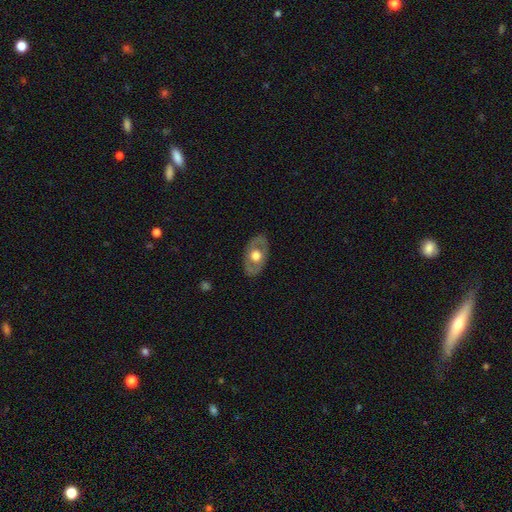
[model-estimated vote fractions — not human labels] smooth-or-featured: featured or disk: 55% | smooth: 40% | star or artifact: 5%
  disk-edge-on: no: 87% | yes: 13%
  merging: none: 83% | minor disturbance: 12% | major disturbance: 4% | merger: 1%